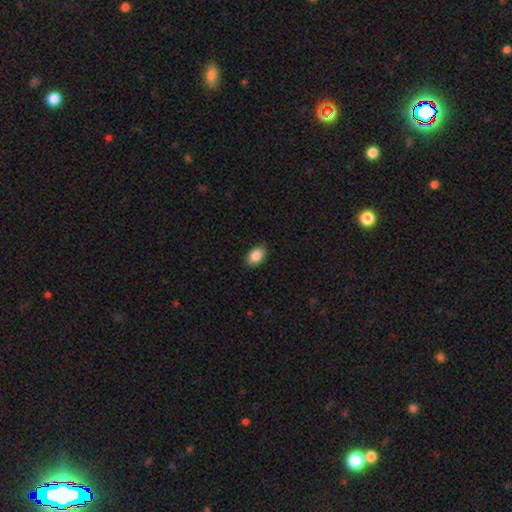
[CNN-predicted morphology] This appears to be a smooth galaxy with no disk features (86%) that is in between round and cigar-shaped (88%). Merging: none (85%).